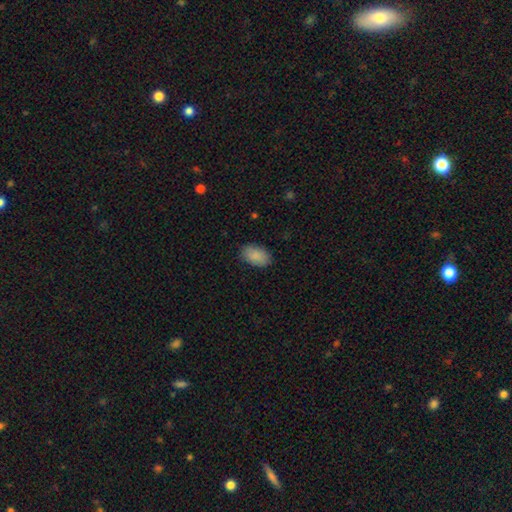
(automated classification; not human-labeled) Q: Smooth or featured?
A: smooth (89%); runner-up: star or artifact (7%)
Q: How rounded?
A: in between (91%); runner-up: round (7%)
Q: Merging?
A: none (86%); runner-up: minor disturbance (11%)